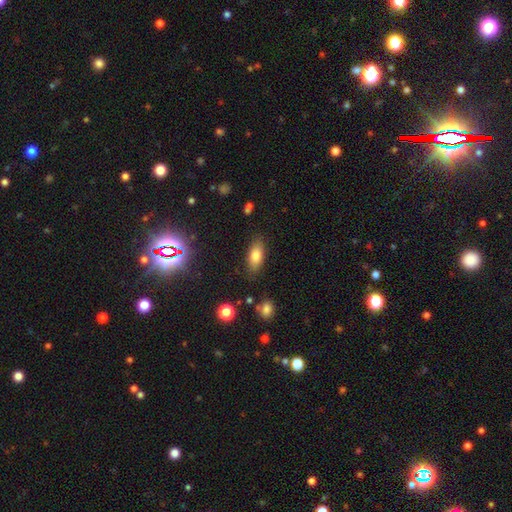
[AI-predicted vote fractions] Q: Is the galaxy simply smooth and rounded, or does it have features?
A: smooth — 79%.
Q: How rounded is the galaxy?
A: in between — 85%.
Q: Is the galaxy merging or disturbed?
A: none — 82%.